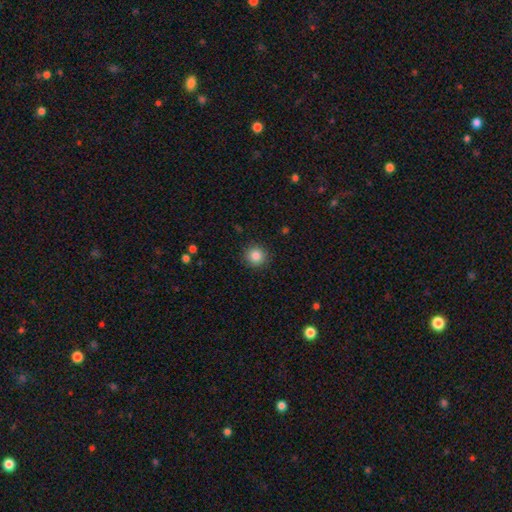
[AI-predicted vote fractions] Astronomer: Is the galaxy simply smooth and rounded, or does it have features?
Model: smooth — 85%.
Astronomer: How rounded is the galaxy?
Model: round — 94%.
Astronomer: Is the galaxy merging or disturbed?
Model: none — 90%.